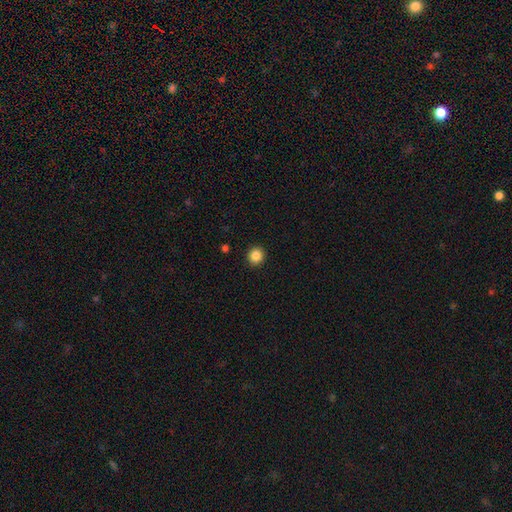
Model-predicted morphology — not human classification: The model was most divided on "smooth or featured": smooth: 87%, star or artifact: 10%, featured or disk: 3%. More confident: merging — none (93%); how rounded — round (91%).